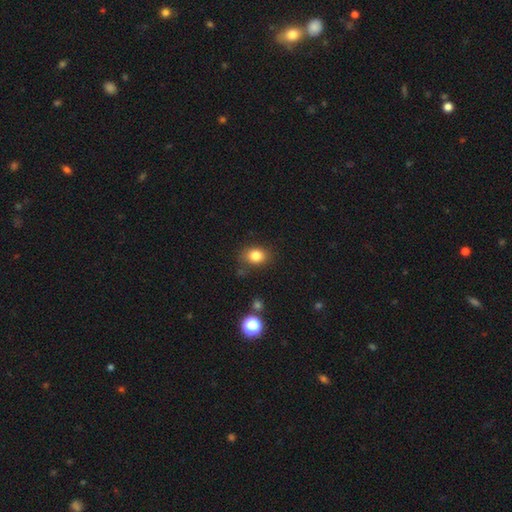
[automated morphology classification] This appears to be a smooth galaxy with no disk features (81%) that is in between round and cigar-shaped (54%). Merging: none (79%).